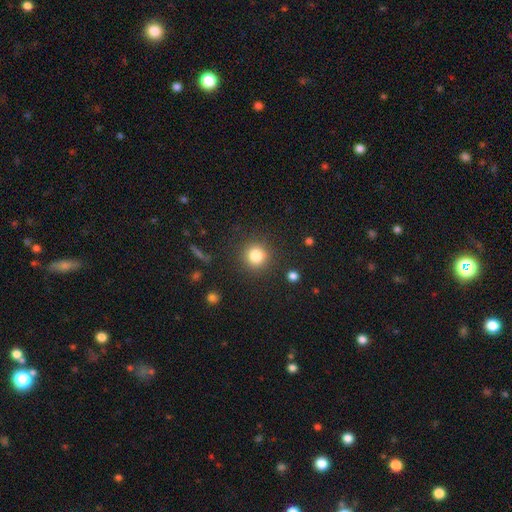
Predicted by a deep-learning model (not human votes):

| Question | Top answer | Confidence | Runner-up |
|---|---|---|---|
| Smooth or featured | smooth | 82% | star or artifact (12%) |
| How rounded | round | 92% | in between (7%) |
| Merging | none | 88% | minor disturbance (7%) |